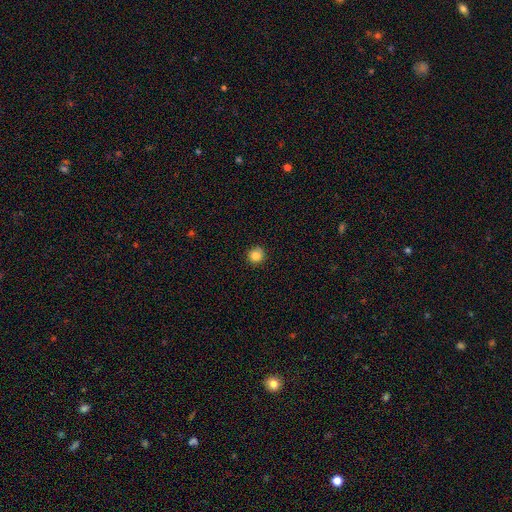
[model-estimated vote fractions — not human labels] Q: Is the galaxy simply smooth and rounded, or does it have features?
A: smooth — 84%.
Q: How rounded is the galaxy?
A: round — 92%.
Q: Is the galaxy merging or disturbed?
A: none — 87%.